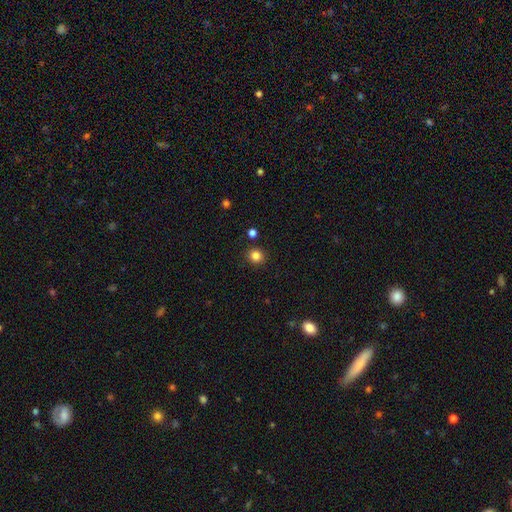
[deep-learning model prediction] Q: Smooth or featured?
A: smooth (84%); runner-up: star or artifact (12%)
Q: How rounded?
A: round (89%); runner-up: in between (10%)
Q: Merging?
A: none (90%); runner-up: minor disturbance (6%)